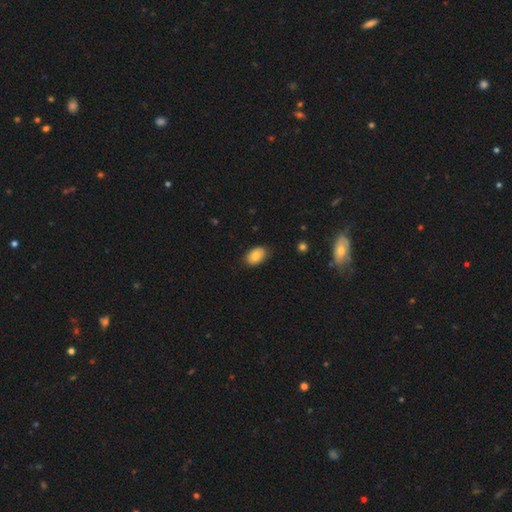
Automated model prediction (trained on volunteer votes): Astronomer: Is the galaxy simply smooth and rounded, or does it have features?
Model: smooth — 83%.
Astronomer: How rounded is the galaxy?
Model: in between — 88%.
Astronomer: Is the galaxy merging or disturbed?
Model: none — 81%.